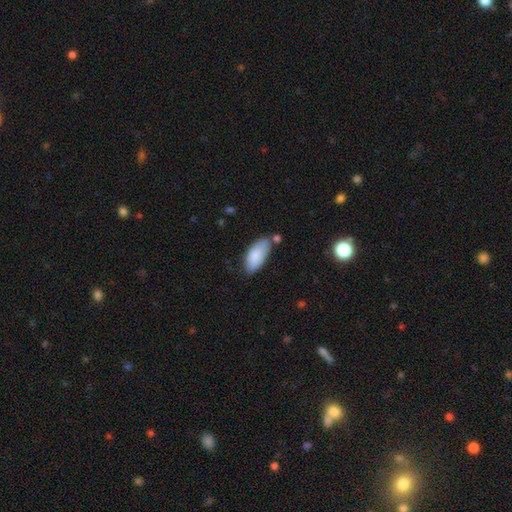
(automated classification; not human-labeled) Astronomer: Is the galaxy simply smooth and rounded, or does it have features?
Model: smooth — 86%.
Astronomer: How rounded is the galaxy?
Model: in between — 88%.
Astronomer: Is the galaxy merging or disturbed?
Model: none — 67%.